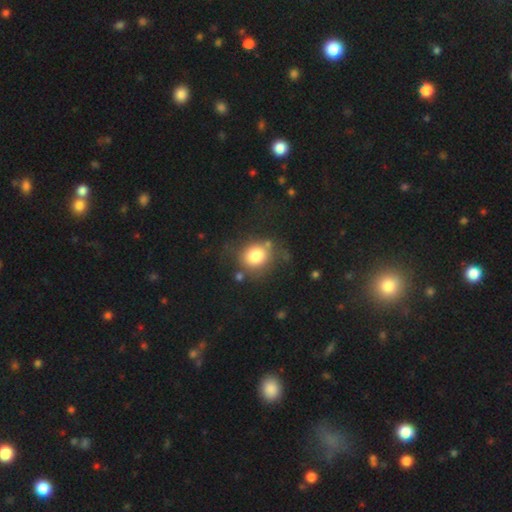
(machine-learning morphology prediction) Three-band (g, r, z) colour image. It shows a smooth galaxy with no disk features (79%) that is round (74%). Merging: none (65%).